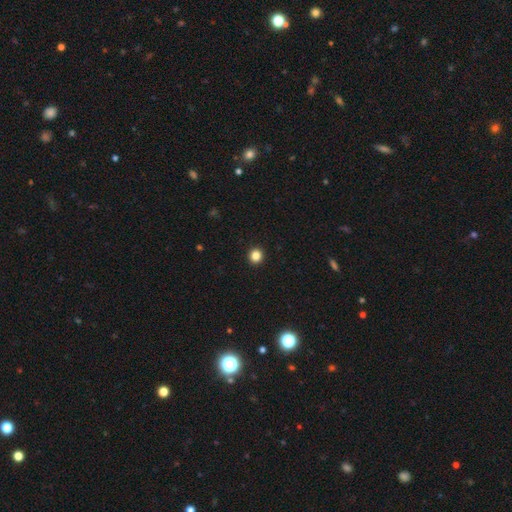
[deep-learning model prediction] Morphology: type=smooth (84%); roundness=round (92%); merging=none (94%).